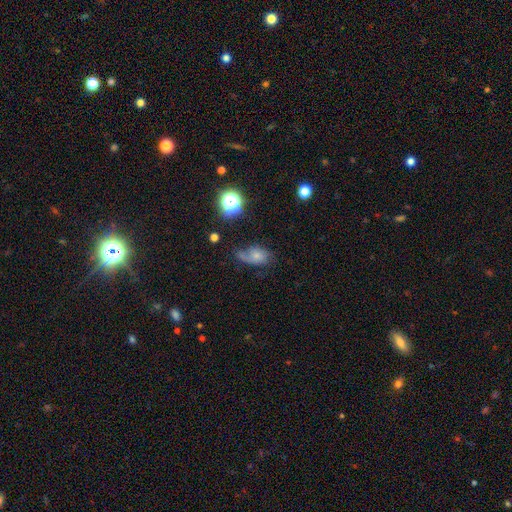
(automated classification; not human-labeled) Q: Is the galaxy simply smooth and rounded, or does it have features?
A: smooth — 54%.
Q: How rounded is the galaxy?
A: in between — 81%.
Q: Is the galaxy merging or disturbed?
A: none — 39%.